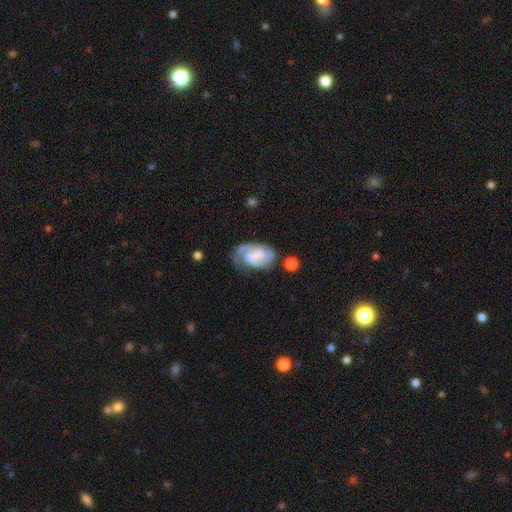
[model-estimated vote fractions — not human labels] Smooth or featured? Predicted: featured or disk (p=0.78). Edge-on disk? Predicted: no (p=0.97). Bar? Predicted: weak (p=0.47). Spiral arms? Predicted: yes (p=0.93). Spiral winding? Predicted: medium (p=0.44). Spiral arm count? Predicted: 2 (p=0.57). Bulge size? Predicted: none (p=0.36). Merging? Predicted: none (p=0.57).